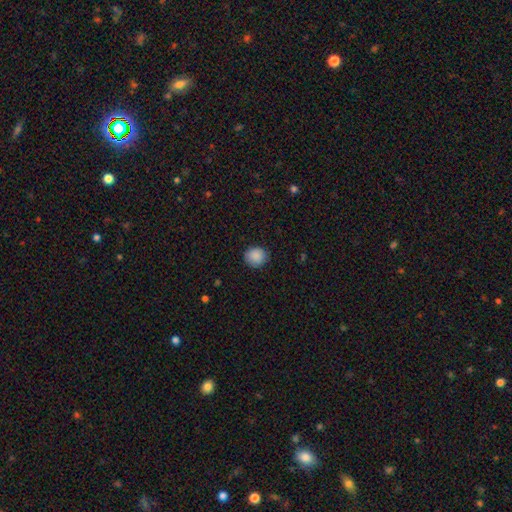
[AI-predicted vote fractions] The model was most divided on "how rounded": round: 82%, in between: 17%, cigar-shaped: 1%. More confident: smooth or featured — smooth (88%); merging — none (87%).